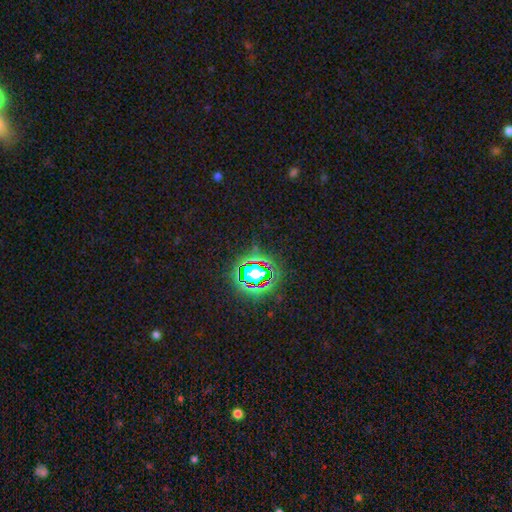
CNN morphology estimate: Overall: star or artifact (79%).